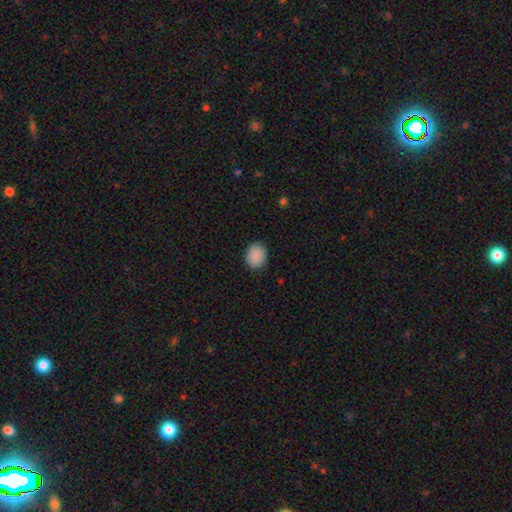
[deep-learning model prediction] smooth-or-featured: smooth: 90% | star or artifact: 8% | featured or disk: 2%
  how-rounded: round: 56% | in between: 43% | cigar-shaped: 1%
  merging: none: 89% | minor disturbance: 8% | major disturbance: 2% | merger: 1%